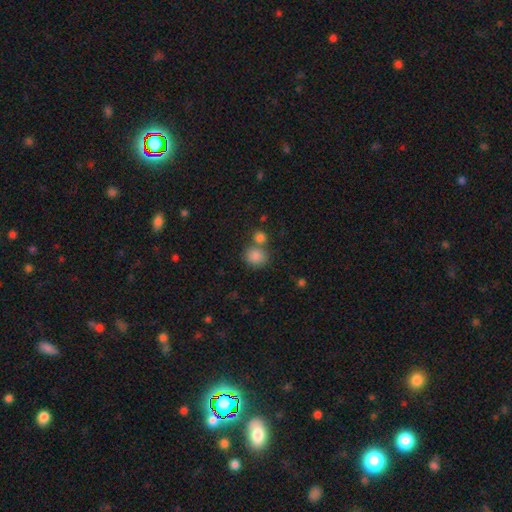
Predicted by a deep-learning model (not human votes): Q: Smooth or featured?
A: smooth (85%); runner-up: star or artifact (10%)
Q: How rounded?
A: round (73%); runner-up: in between (26%)
Q: Merging?
A: none (57%); runner-up: merger (28%)